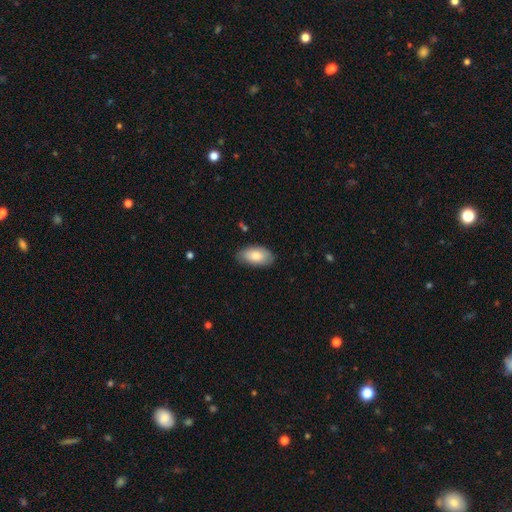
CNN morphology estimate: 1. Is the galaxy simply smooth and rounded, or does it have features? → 81% smooth, 13% featured or disk, 6% star or artifact.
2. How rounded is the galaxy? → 95% in between, 3% round, 2% cigar-shaped.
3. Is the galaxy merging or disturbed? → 80% none, 16% minor disturbance, 3% major disturbance, 1% merger.